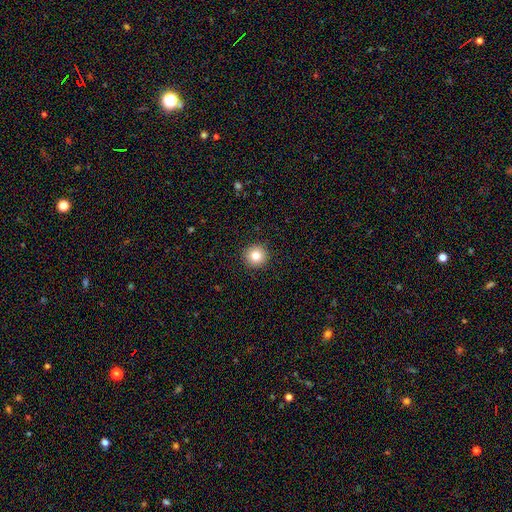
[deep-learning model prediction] Smooth or featured? Predicted: smooth (p=0.82). How rounded? Predicted: round (p=0.96). Merging? Predicted: none (p=0.93).